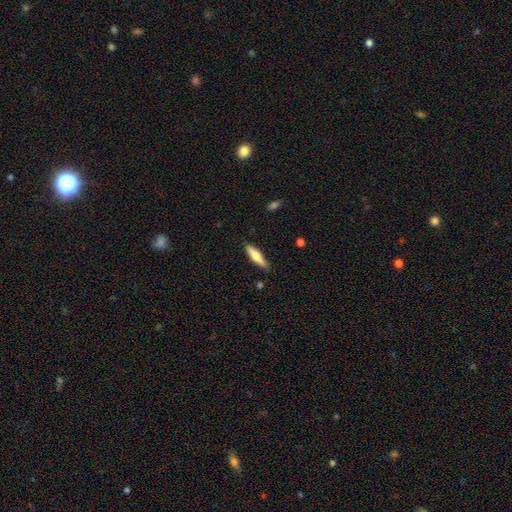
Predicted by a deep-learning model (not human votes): Smooth or featured? Predicted: smooth (p=0.56). How rounded? Predicted: cigar-shaped (p=0.74). Merging? Predicted: none (p=0.87).